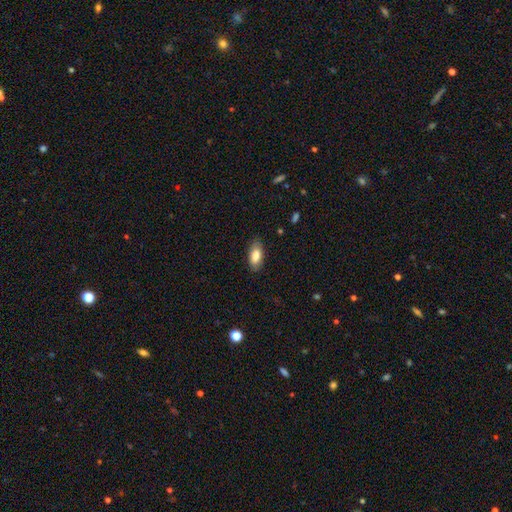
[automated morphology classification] Smooth or featured?
  - smooth: 83% *
  - featured or disk: 10%
  - star or artifact: 7%
How rounded?
  - in between: 89% *
  - cigar-shaped: 9%
  - round: 3%
Merging?
  - none: 83% *
  - minor disturbance: 13%
  - major disturbance: 3%
  - merger: 1%